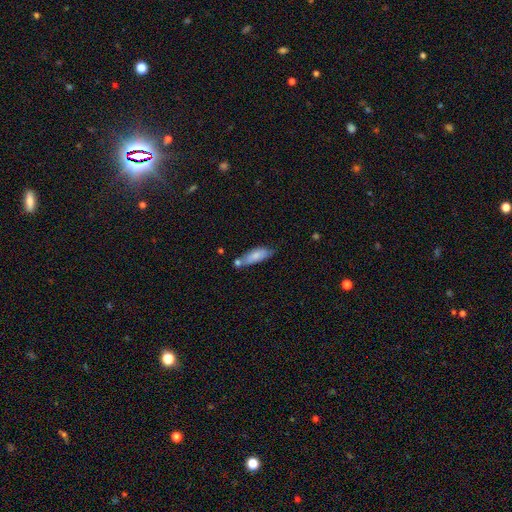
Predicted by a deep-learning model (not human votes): Overall: smooth (76%). How rounded: in between (64%; cigar-shaped 34%). Merging: none (50%; minor disturbance 23%).